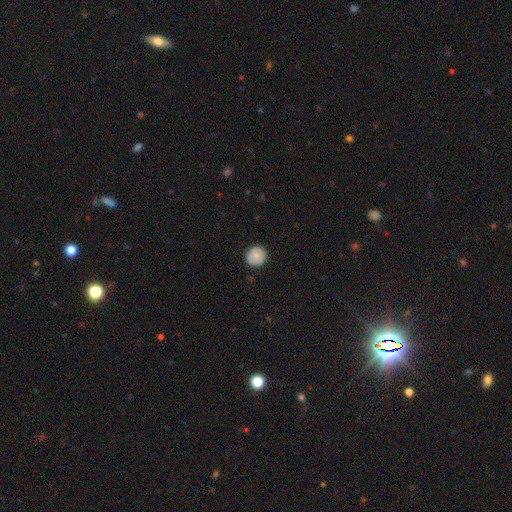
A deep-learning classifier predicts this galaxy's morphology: Smooth or featured?
  - smooth: 84% *
  - featured or disk: 9%
  - star or artifact: 7%
How rounded?
  - round: 92% *
  - in between: 7%
  - cigar-shaped: 1%
Merging?
  - none: 88% *
  - minor disturbance: 10%
  - major disturbance: 2%
  - merger: 1%